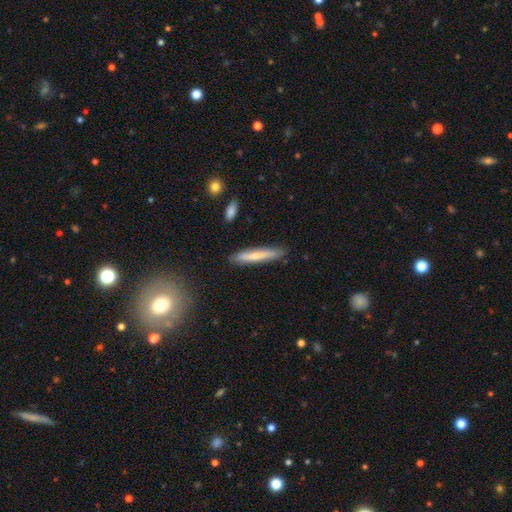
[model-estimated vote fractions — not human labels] smooth-or-featured: smooth: 59% | featured or disk: 34% | star or artifact: 6%
  how-rounded: cigar-shaped: 94% | in between: 5% | round: 1%
  merging: none: 87% | minor disturbance: 10% | major disturbance: 2% | merger: 2%